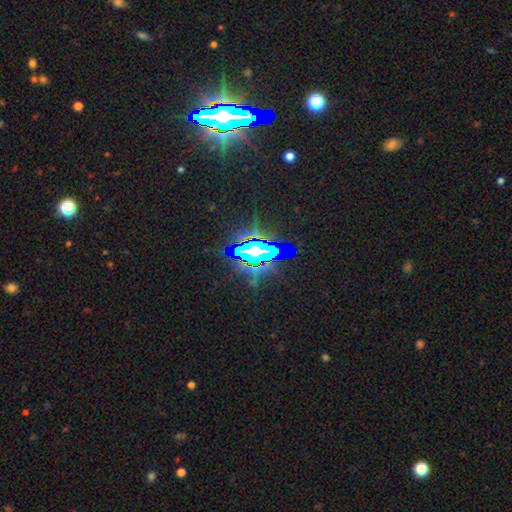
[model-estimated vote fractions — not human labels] Smooth or featured? star or artifact (68%)